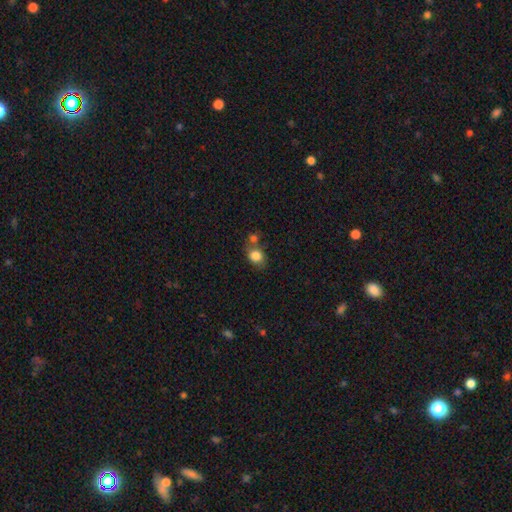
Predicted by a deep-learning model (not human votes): A smooth galaxy with no disk features (84%) that is round (54%).

Vote fractions:
- Smooth or featured? smooth: 84% / star or artifact: 9% / featured or disk: 7%
- How rounded? round: 54% / in between: 45% / cigar-shaped: 1%
- Merging? none: 50% / merger: 29% / minor disturbance: 15% / major disturbance: 6%